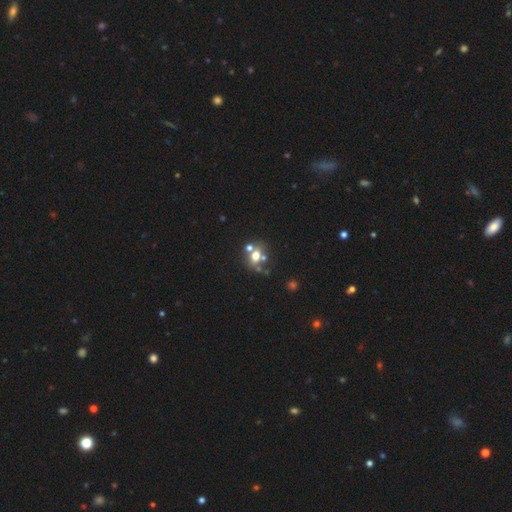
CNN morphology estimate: The model was most divided on "how rounded": round: 56%, in between: 43%, cigar-shaped: 2%. Remaining: smooth or featured — smooth (57%); merging — none (49%).